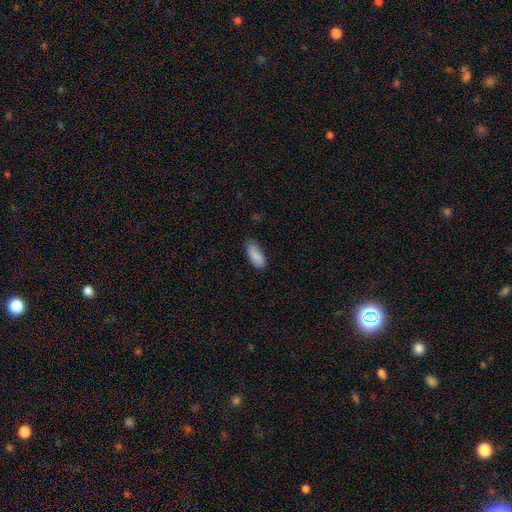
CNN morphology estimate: smooth 88%, featured or disk 6%, star or artifact 6%. Down the decision tree: how rounded — in between (86%); merging — none (74%).